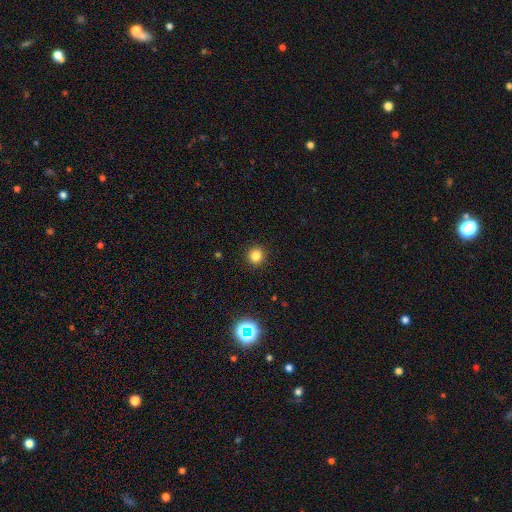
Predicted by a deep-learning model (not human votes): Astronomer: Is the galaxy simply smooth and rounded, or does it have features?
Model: smooth — 81%.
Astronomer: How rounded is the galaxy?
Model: round — 92%.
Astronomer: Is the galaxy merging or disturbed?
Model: none — 92%.